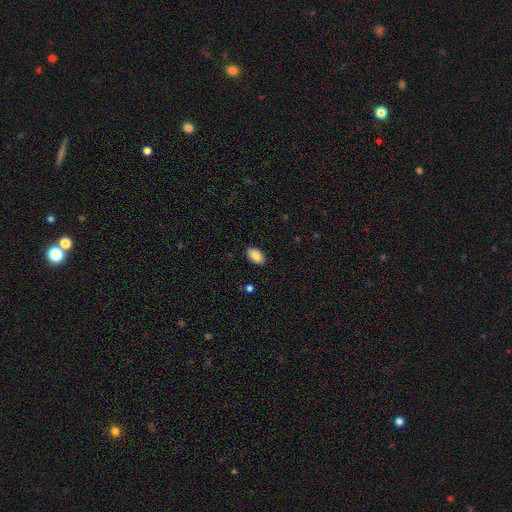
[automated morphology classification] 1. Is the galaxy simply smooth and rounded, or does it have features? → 89% smooth, 7% star or artifact, 4% featured or disk.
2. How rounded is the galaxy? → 93% in between, 6% round, 1% cigar-shaped.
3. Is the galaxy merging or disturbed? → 88% none, 8% minor disturbance, 2% major disturbance, 1% merger.